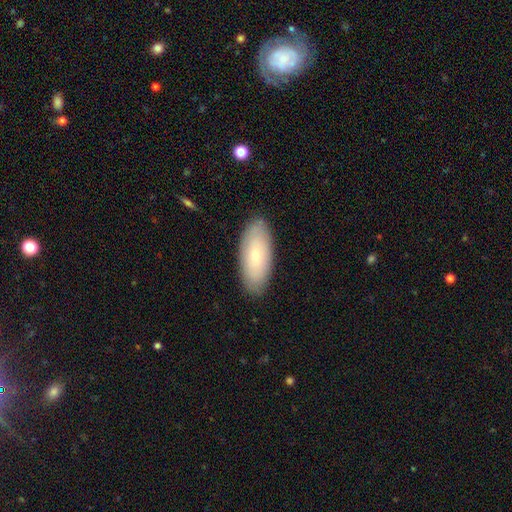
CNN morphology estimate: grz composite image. It shows a smooth galaxy with no disk features (69%) that is in between round and cigar-shaped (84%). Merging: none (88%).